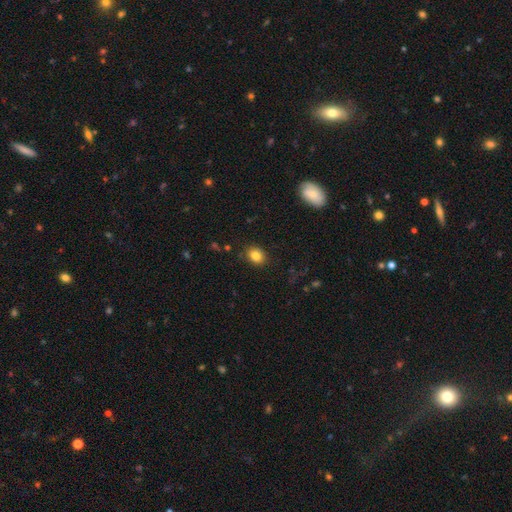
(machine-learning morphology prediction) Smooth or featured? smooth (83%)
How rounded? in between (53%)
Merging? none (86%)